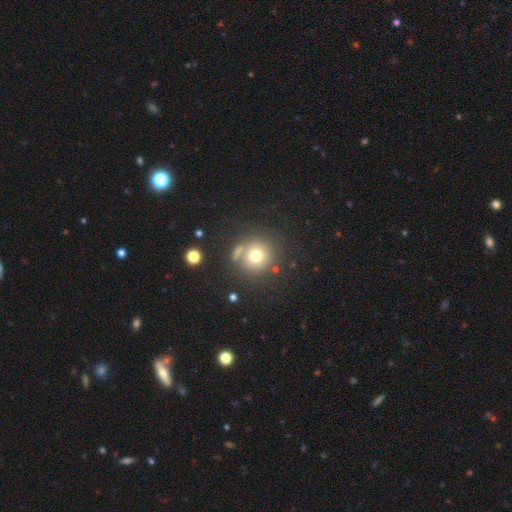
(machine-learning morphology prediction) This is likely a smooth galaxy (71%). How rounded: clearly round (92%). Merging: likely none (70%).